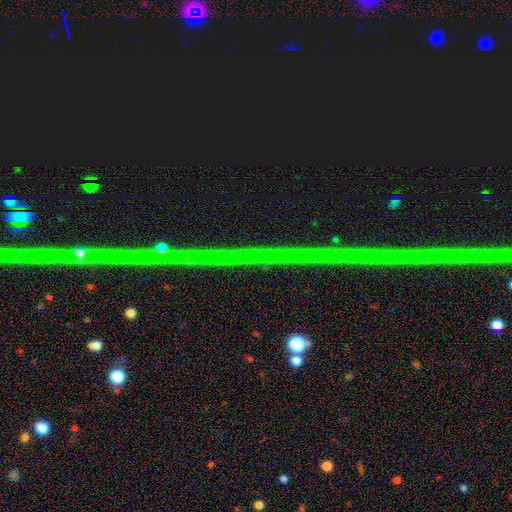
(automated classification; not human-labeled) A star or artifact, not a galaxy (88%).